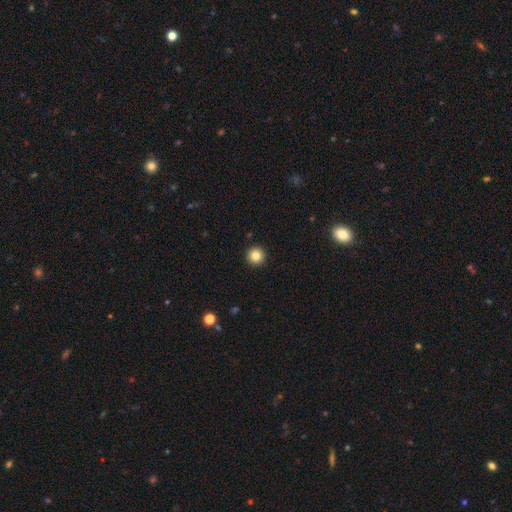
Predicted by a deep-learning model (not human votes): A smooth galaxy with no disk features (84%) that is round (96%).

Vote fractions:
- Smooth or featured? smooth: 84% / star or artifact: 11% / featured or disk: 6%
- How rounded? round: 96% / in between: 3% / cigar-shaped: 1%
- Merging? none: 93% / minor disturbance: 4% / major disturbance: 1% / merger: 1%